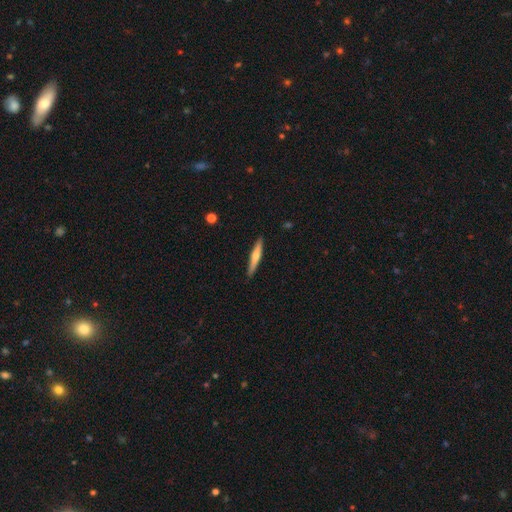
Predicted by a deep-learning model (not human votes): smooth_or_featured: featured or disk (p=0.48) [alt: smooth p=0.46]
merging: none (p=0.90) [alt: minor disturbance p=0.07]